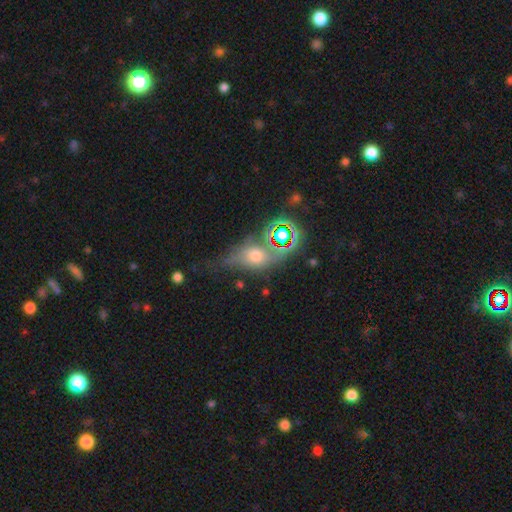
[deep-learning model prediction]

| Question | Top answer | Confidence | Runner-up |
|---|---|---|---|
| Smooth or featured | smooth | 46% | featured or disk (28%) |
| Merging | none | 50% | minor disturbance (23%) |